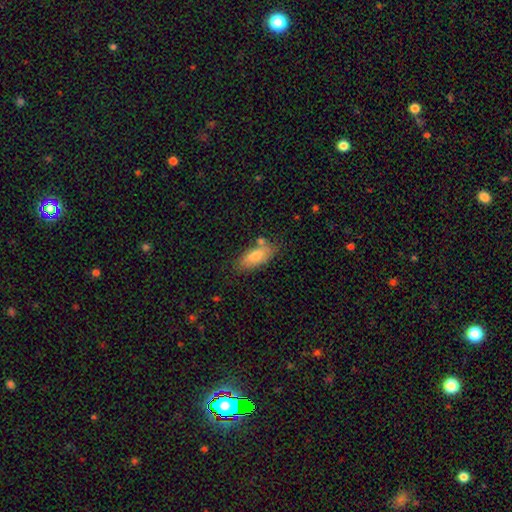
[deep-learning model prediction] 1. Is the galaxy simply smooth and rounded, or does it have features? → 76% smooth, 16% featured or disk, 7% star or artifact.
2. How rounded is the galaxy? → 82% in between, 15% cigar-shaped, 3% round.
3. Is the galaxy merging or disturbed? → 71% none, 17% minor disturbance, 9% merger, 4% major disturbance.